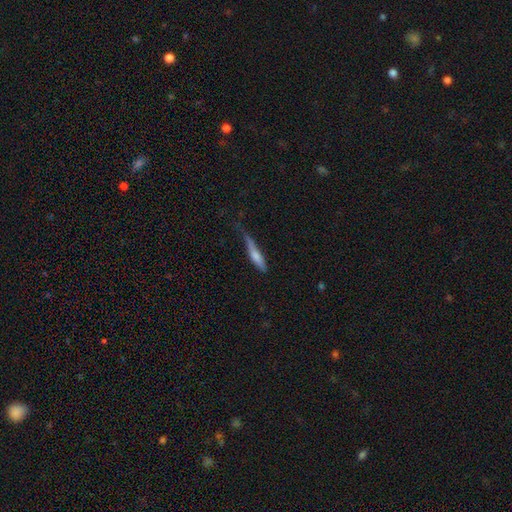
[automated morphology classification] Smooth or featured: smooth — 51% (featured or disk — 41%)
How rounded: cigar-shaped — 89% (in between — 9%)
Merging: none — 49% (minor disturbance — 35%)